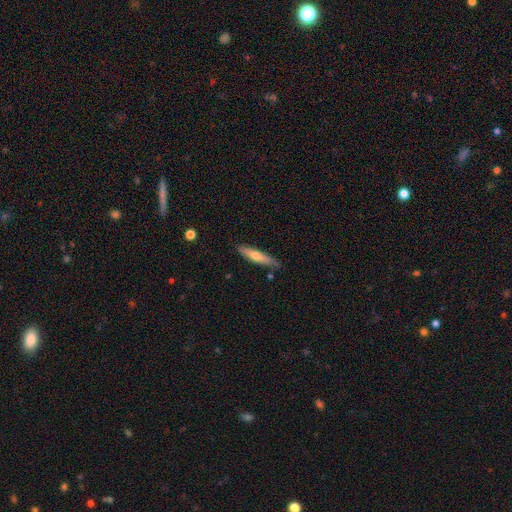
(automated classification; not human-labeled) smooth-or-featured: smooth: 53% | featured or disk: 40% | star or artifact: 6%
  how-rounded: cigar-shaped: 88% | in between: 10% | round: 2%
  merging: none: 83% | minor disturbance: 13% | merger: 2% | major disturbance: 2%